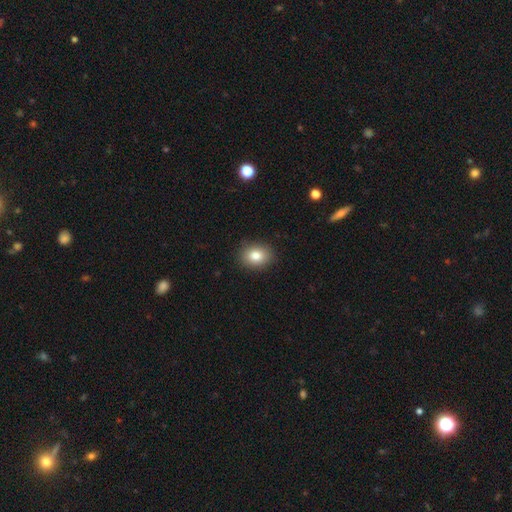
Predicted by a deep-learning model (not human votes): Q: Smooth or featured?
A: smooth (82%); runner-up: star or artifact (9%)
Q: How rounded?
A: in between (57%); runner-up: round (42%)
Q: Merging?
A: none (88%); runner-up: minor disturbance (9%)